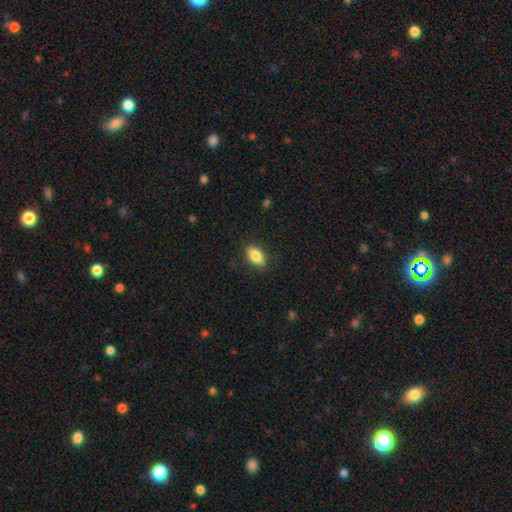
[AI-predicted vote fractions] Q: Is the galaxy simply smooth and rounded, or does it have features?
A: smooth — 85%.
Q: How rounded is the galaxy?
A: in between — 90%.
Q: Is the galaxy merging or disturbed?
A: none — 87%.